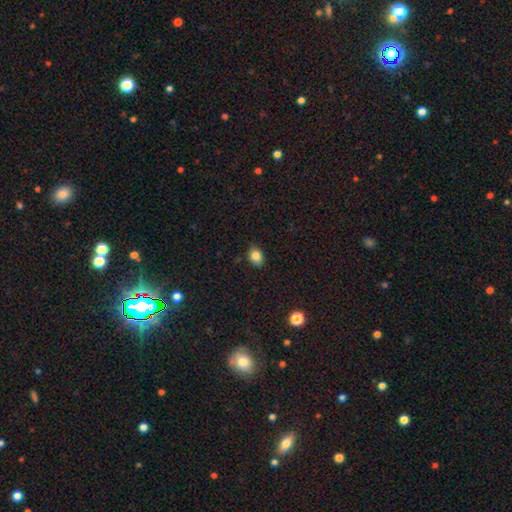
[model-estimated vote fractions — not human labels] This appears to be a smooth galaxy with no disk features (85%) that is in between round and cigar-shaped (68%). Merging: none (83%).